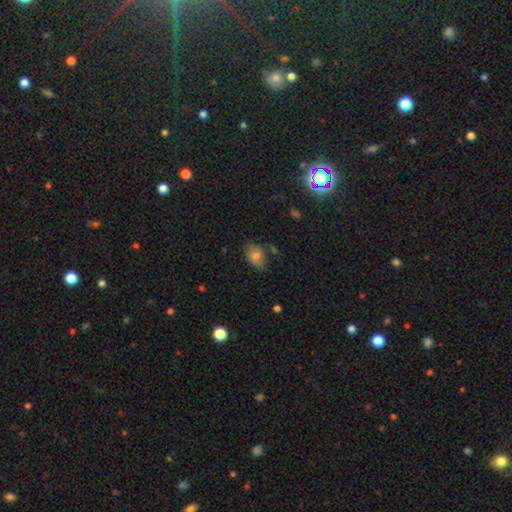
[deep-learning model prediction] Smooth or featured?
  - smooth: 67% *
  - featured or disk: 18%
  - star or artifact: 15%
How rounded?
  - in between: 72% *
  - round: 26%
  - cigar-shaped: 1%
Merging?
  - none: 59% *
  - minor disturbance: 27%
  - major disturbance: 9%
  - merger: 5%